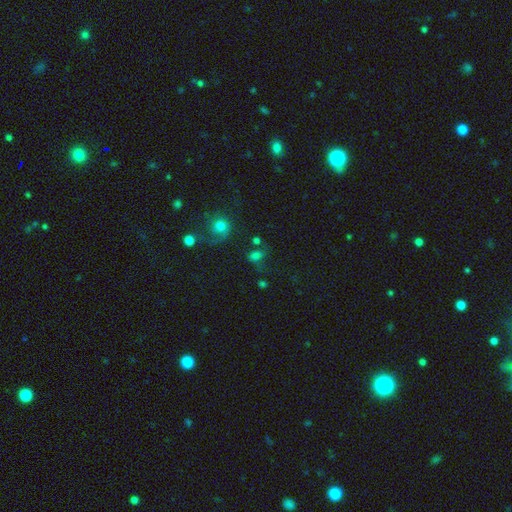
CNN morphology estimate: This appears to be a smooth galaxy with no disk features (61%) that is in between round and cigar-shaped (61%). Merging: none (47%).